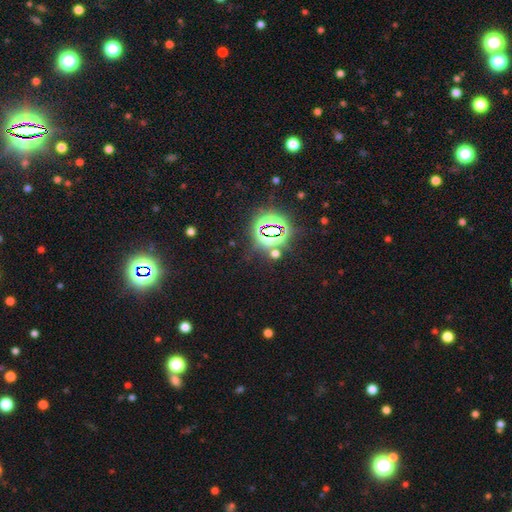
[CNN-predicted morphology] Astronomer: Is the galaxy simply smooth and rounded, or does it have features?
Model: star or artifact — 84%.